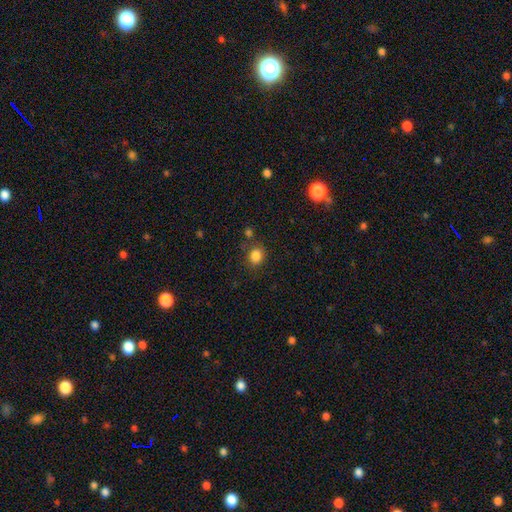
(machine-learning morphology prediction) smooth_or_featured: smooth (p=0.84) [alt: star or artifact p=0.11]
how_rounded: round (p=0.71) [alt: in between p=0.29]
merging: none (p=0.76) [alt: minor disturbance p=0.13]